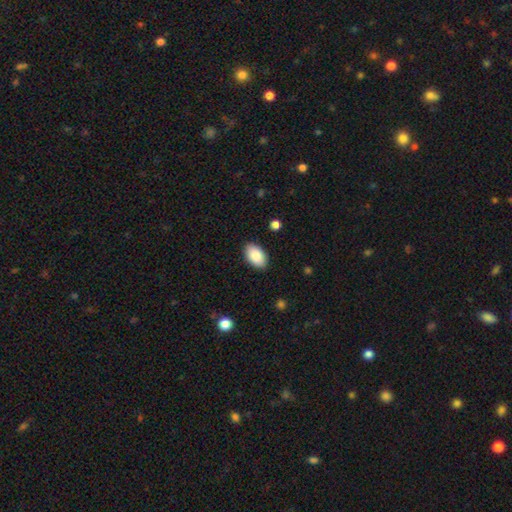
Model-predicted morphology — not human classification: Smooth or featured? Predicted: smooth (p=0.88). How rounded? Predicted: in between (p=0.94). Merging? Predicted: none (p=0.89).